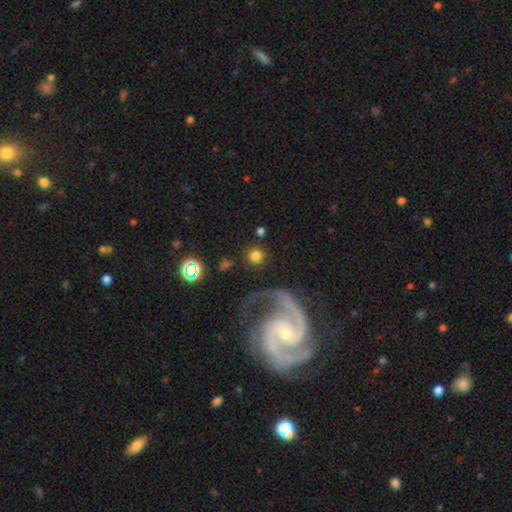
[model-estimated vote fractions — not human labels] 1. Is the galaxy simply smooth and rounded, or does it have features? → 75% smooth, 13% star or artifact, 12% featured or disk.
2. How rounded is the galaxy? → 94% round, 5% in between, 1% cigar-shaped.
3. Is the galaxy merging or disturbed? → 84% none, 7% minor disturbance, 5% major disturbance, 4% merger.